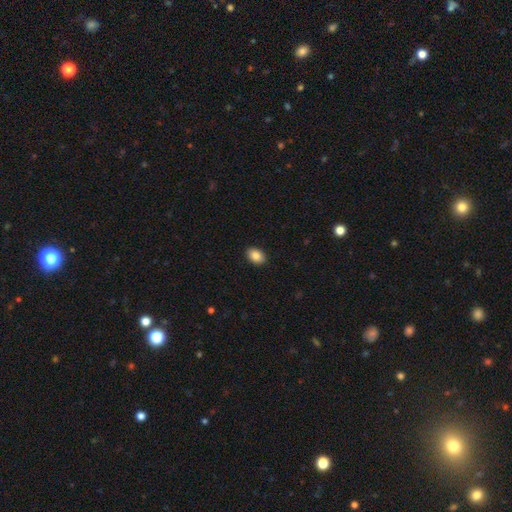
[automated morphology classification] Smooth or featured? Predicted: smooth (p=0.87). How rounded? Predicted: in between (p=0.81). Merging? Predicted: none (p=0.91).